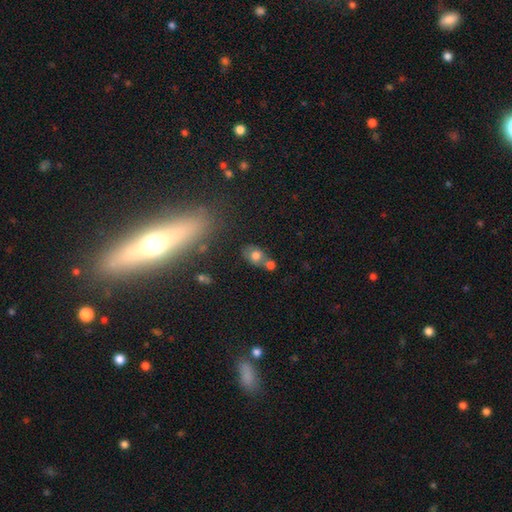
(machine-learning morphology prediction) The model was most divided on "merging": none: 42%, merger: 39%, minor disturbance: 14%, major disturbance: 6%. More confident: smooth or featured — smooth (71%); how rounded — in between (55%).